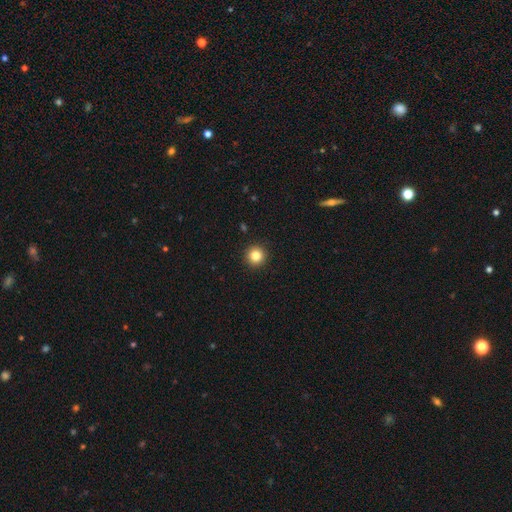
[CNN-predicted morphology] This is clearly a smooth galaxy (84%). How rounded: clearly round (96%). Merging: clearly none (93%).